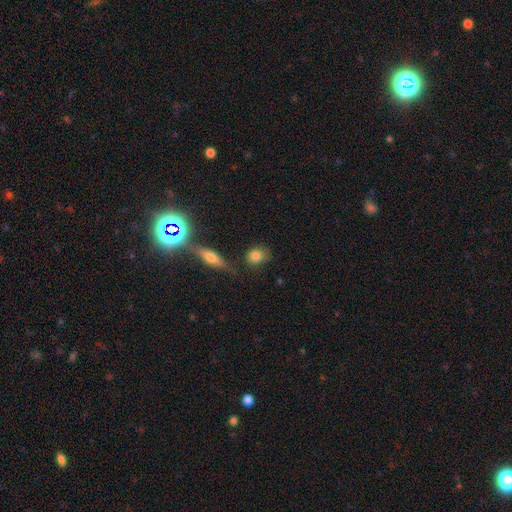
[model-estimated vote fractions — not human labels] This appears to be a smooth galaxy with no disk features (80%) that is round (63%). Merging: none (76%).